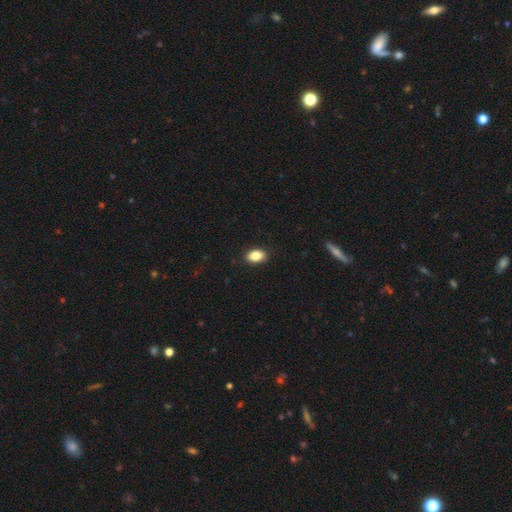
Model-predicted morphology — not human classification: smooth-or-featured: smooth: 85% | star or artifact: 8% | featured or disk: 6%
  how-rounded: in between: 85% | round: 13% | cigar-shaped: 2%
  merging: none: 88% | minor disturbance: 9% | major disturbance: 2% | merger: 1%